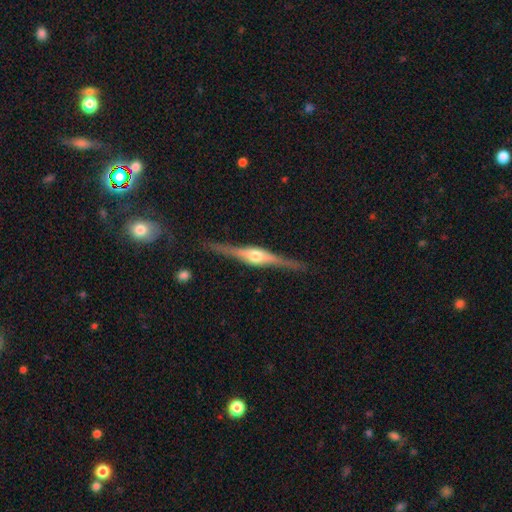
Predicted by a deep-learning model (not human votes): Q: Smooth or featured?
A: featured or disk (84%); runner-up: smooth (11%)
Q: Edge-on disk?
A: yes (98%); runner-up: no (2%)
Q: Edge-on bulge?
A: rounded (90%); runner-up: boxy (8%)
Q: Merging?
A: none (88%); runner-up: minor disturbance (9%)